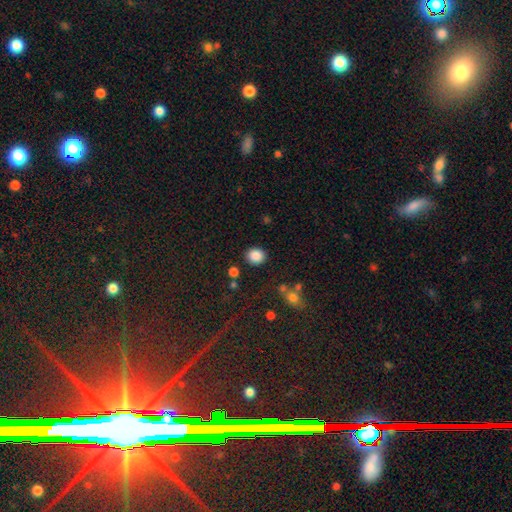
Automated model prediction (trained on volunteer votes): A smooth galaxy with no disk features (87%) that is round (78%).

Vote fractions:
- Smooth or featured? smooth: 87% / star or artifact: 10% / featured or disk: 4%
- How rounded? round: 78% / in between: 21% / cigar-shaped: 1%
- Merging? none: 86% / minor disturbance: 8% / merger: 3% / major disturbance: 3%